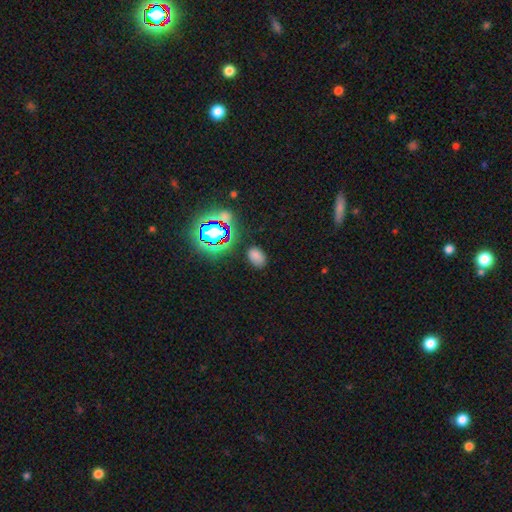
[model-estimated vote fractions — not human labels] Morphology: type=smooth (70%); roundness=in between (85%); merging=none (80%).